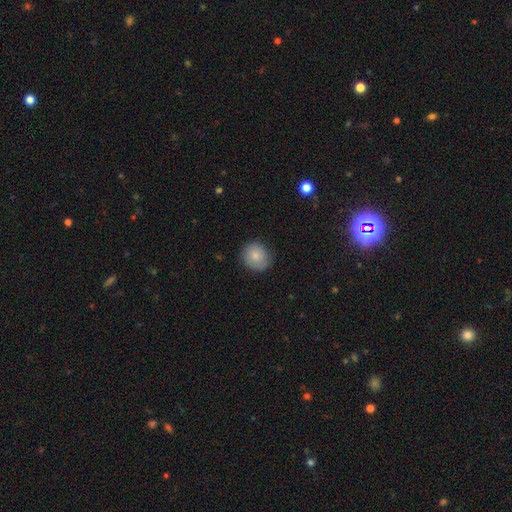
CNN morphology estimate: smooth_or_featured: smooth (p=0.81) [alt: featured or disk p=0.12]
how_rounded: round (p=0.86) [alt: in between p=0.13]
merging: none (p=0.83) [alt: minor disturbance p=0.14]